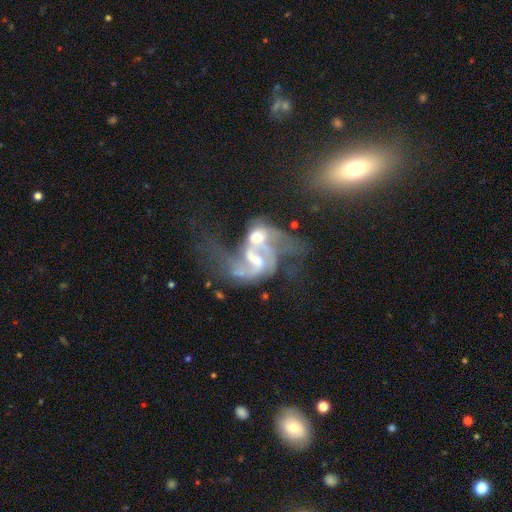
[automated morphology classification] A featured or disk galaxy (84%) with a weak bar (43%), 2 (80%) loose (58%) spiral arms (90%) and a moderate central bulge (40%).

Vote fractions:
- Smooth or featured? featured or disk: 84% / star or artifact: 8% / smooth: 7%
- Edge-on disk? no: 97% / yes: 3%
- Bar? weak: 43% / no: 33% / strong: 24%
- Spiral arms? yes: 90% / no: 10%
- Spiral winding? loose: 58% / medium: 33% / tight: 8%
- Spiral arm count? 2: 80% / can't tell: 7% / 1: 7% / 3: 3% / 4: 2% / more than 4: 2%
- Bulge size? moderate: 40% / small: 35% / none: 17% / large: 7% / dominant: 2%
- Merging? merger: 57% / major disturbance: 20% / none: 15% / minor disturbance: 8%